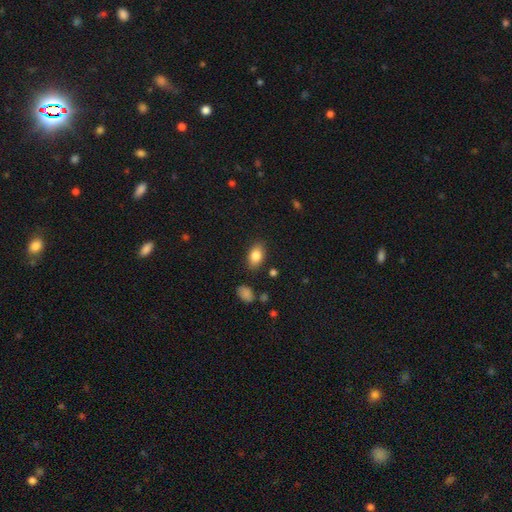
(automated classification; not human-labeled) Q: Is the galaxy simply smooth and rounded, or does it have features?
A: smooth — 83%.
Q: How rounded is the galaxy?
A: in between — 87%.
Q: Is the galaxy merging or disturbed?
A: none — 84%.